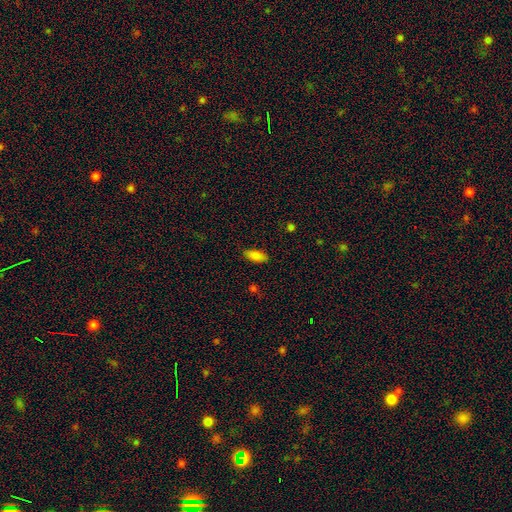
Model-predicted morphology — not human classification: smooth 85%, star or artifact 9%, featured or disk 6%. Down the decision tree: how rounded — in between (89%); merging — none (83%).